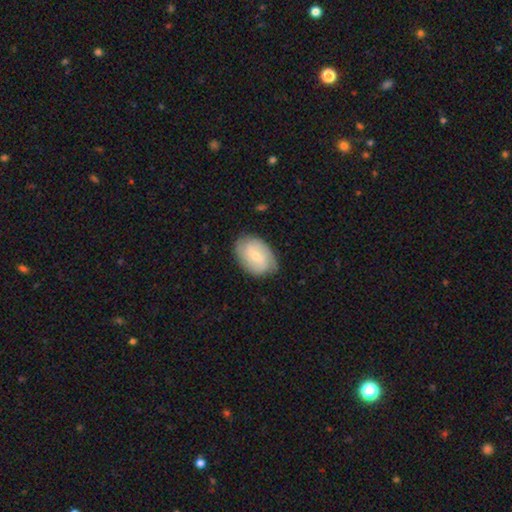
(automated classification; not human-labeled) This appears to be a featured or disk galaxy (53%) with no bar (47%), spiral arms (84%) and a small central bulge (65%). Merging: none (77%).